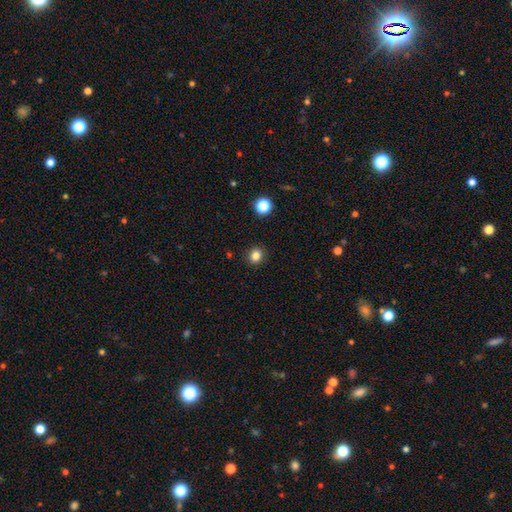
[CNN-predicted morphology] A smooth galaxy with no disk features (83%) that is round (79%). Merging: none (90%).